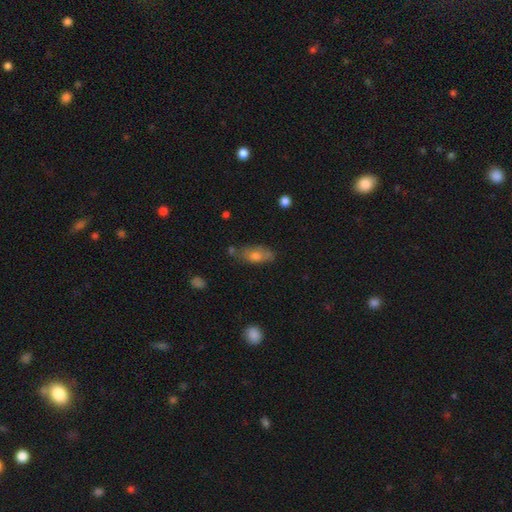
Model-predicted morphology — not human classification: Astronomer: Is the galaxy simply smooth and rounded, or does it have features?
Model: smooth — 66%.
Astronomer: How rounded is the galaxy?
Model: in between — 77%.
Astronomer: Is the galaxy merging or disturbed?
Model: none — 63%.